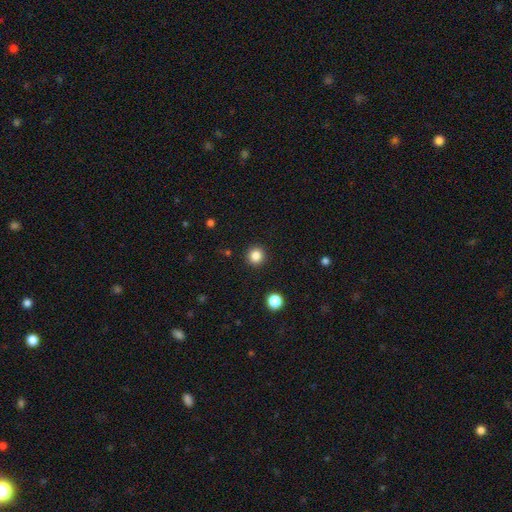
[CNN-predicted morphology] Overall: smooth (85%). How rounded: round (94%). Merging: none (92%).